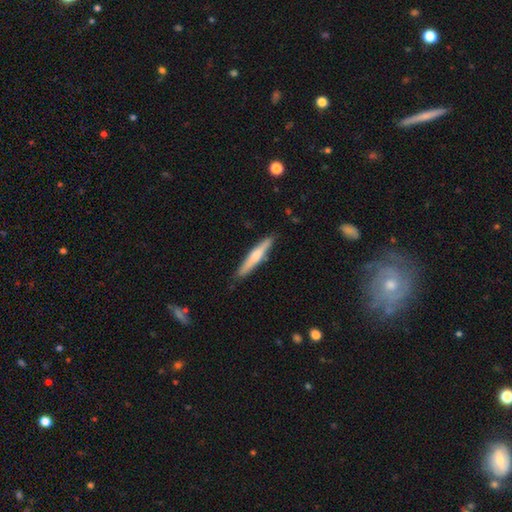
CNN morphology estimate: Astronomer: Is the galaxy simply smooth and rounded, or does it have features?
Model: smooth — 53% (runner-up: featured or disk, 42%).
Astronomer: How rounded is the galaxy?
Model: cigar-shaped — 92%.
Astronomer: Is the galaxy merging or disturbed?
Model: none — 86%.